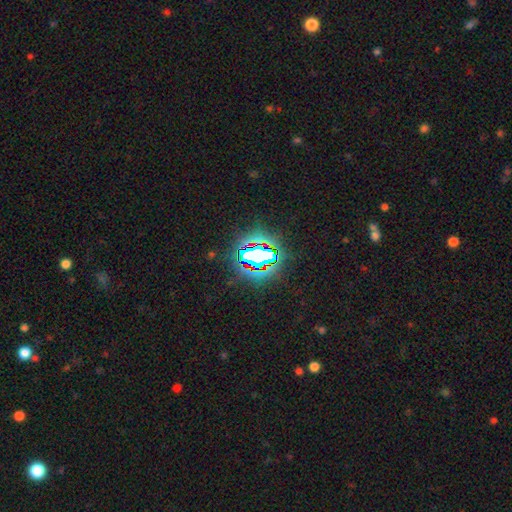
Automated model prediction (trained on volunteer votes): Smooth or featured? Predicted: star or artifact (p=0.69).